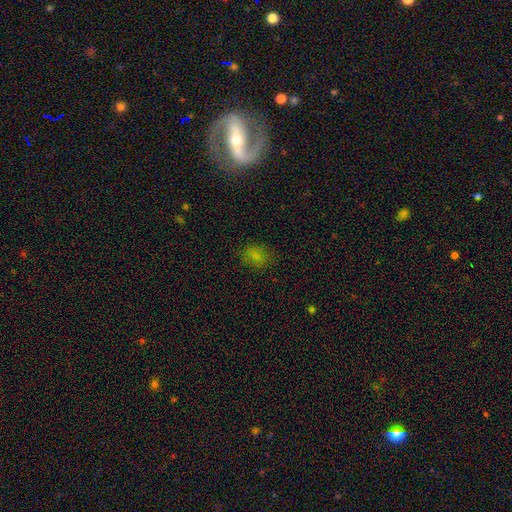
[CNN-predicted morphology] Smooth or featured? smooth (75%)
How rounded? in between (63%)
Merging? none (78%)